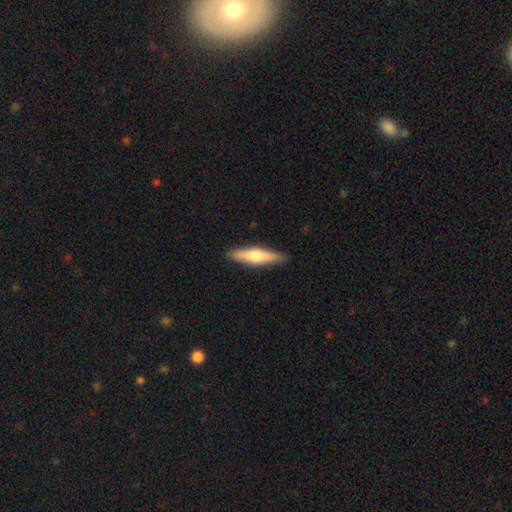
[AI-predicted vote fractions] This appears to be a smooth galaxy with no disk features (53%) that is cigar-shaped (81%). Merging: none (90%).